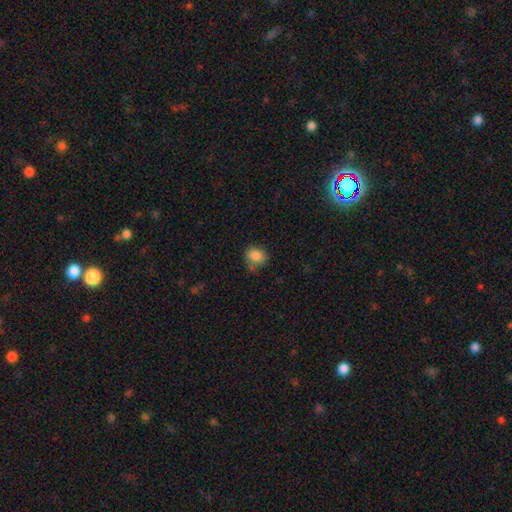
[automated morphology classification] smooth 85%, star or artifact 9%, featured or disk 6%. Down the decision tree: how rounded — round (61%); merging — none (63%).